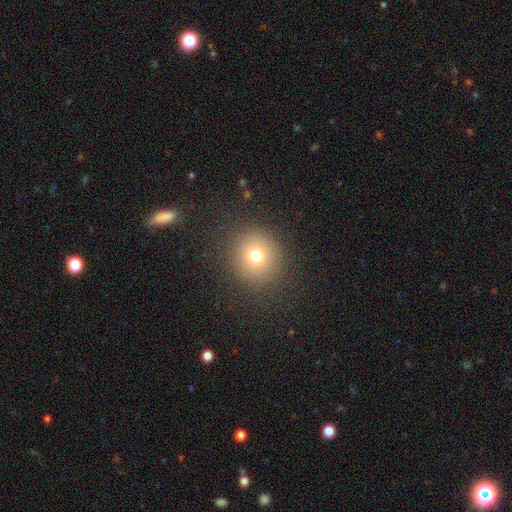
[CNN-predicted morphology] This appears to be a smooth galaxy with no disk features (73%) that is round (89%). Merging: none (87%).